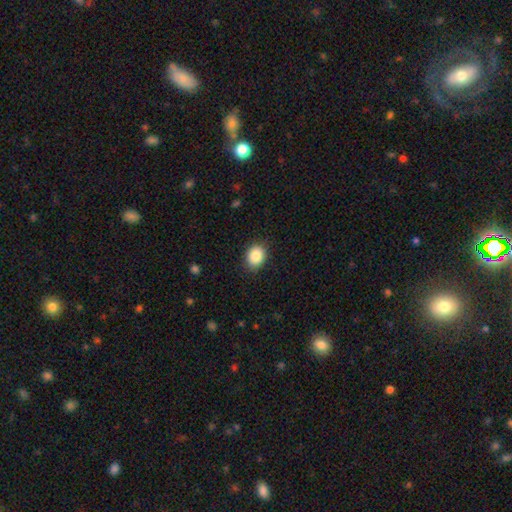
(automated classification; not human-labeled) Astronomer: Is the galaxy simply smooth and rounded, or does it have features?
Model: smooth — 87%.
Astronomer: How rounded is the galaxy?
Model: in between — 55% (runner-up: round, 44%).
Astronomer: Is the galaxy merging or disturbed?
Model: none — 87%.